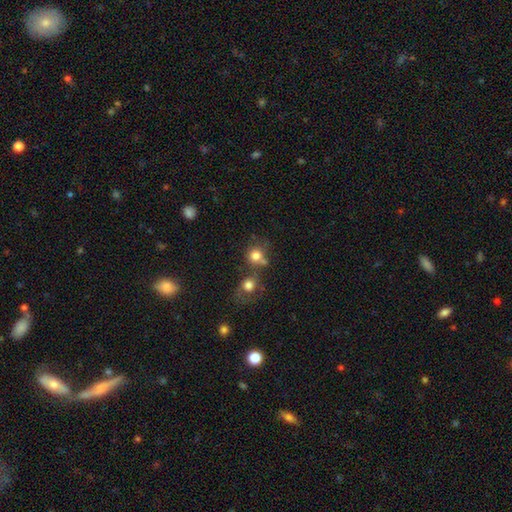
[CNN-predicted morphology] This is likely a smooth galaxy (78%). How rounded: clearly round (86%). Merging: possibly none (48%).